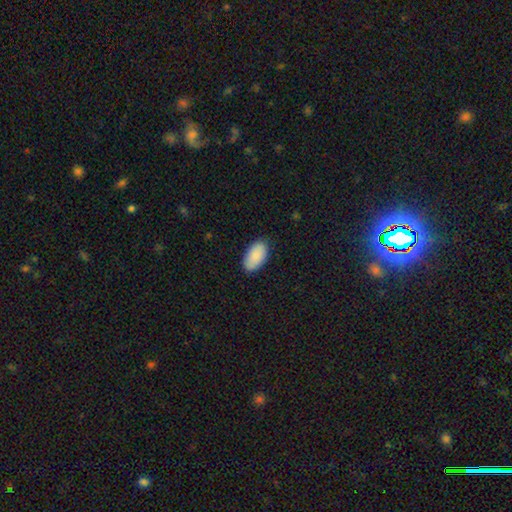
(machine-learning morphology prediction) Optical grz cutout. It shows a smooth galaxy with no disk features (90%) that is in between round and cigar-shaped (96%). Merging: none (85%).